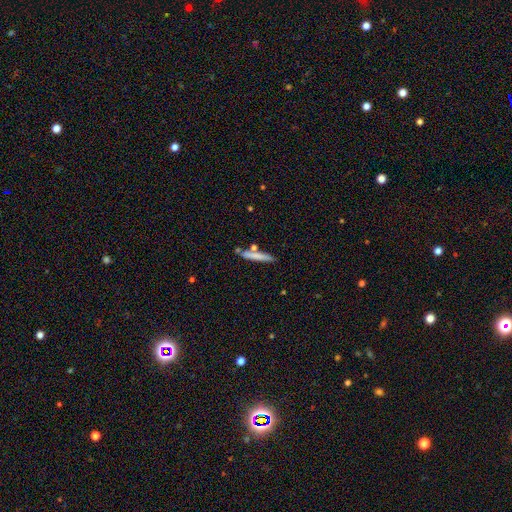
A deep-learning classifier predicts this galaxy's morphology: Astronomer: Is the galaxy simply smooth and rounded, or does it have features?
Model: smooth — 72%.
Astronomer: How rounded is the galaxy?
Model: cigar-shaped — 94%.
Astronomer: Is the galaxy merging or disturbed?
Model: none — 76%.